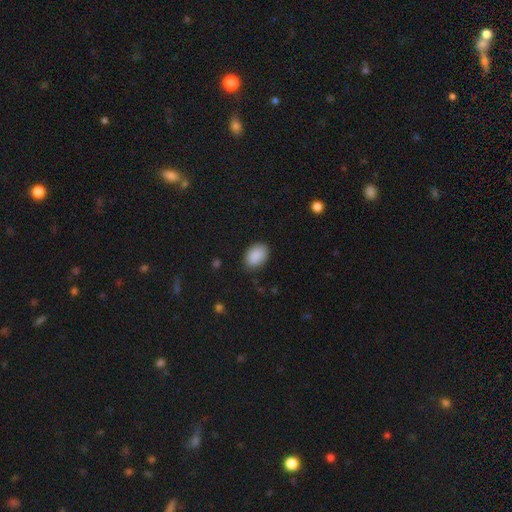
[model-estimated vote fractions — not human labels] This is clearly a smooth galaxy (90%). How rounded: clearly in between (83%). Merging: clearly none (84%).